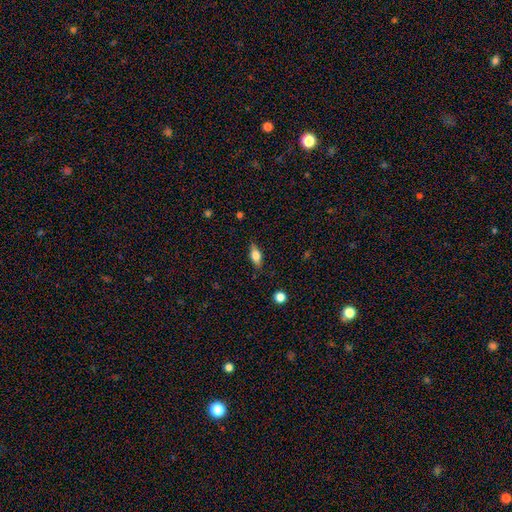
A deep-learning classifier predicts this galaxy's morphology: Smooth or featured? smooth (69%)
How rounded? in between (77%)
Merging? none (81%)